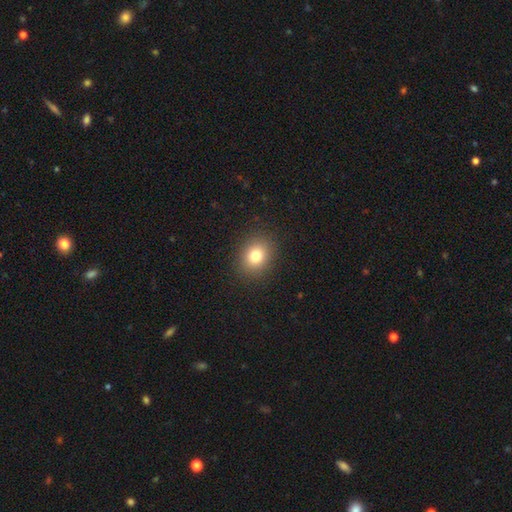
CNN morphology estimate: Overall: smooth (80%). How rounded: round (57%; in between 42%). Merging: none (89%).